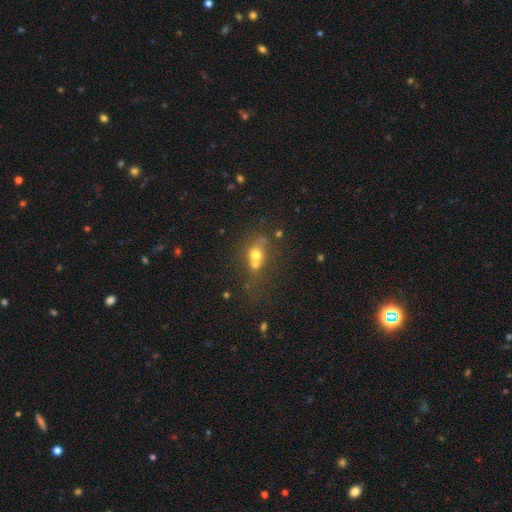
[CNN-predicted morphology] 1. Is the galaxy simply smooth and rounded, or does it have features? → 62% smooth, 20% featured or disk, 18% star or artifact.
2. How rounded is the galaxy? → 72% round, 27% in between, 2% cigar-shaped.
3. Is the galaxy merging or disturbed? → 50% merger, 33% none, 9% minor disturbance, 7% major disturbance.